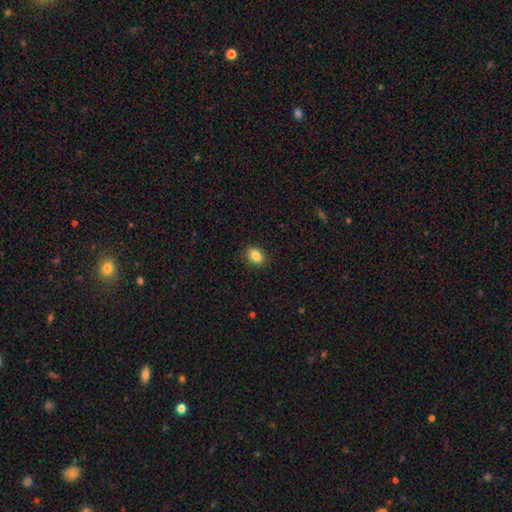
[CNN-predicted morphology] A smooth galaxy with no disk features (86%) that is in between round and cigar-shaped (82%).

Vote fractions:
- Smooth or featured? smooth: 86% / star or artifact: 9% / featured or disk: 6%
- How rounded? in between: 82% / round: 16% / cigar-shaped: 2%
- Merging? none: 87% / minor disturbance: 10% / major disturbance: 2% / merger: 1%